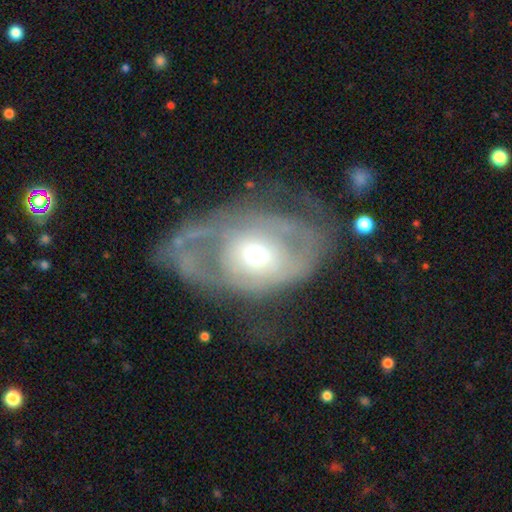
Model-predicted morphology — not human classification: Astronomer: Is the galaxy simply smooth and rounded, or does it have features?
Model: featured or disk — 72%.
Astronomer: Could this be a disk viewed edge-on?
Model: no — 95%.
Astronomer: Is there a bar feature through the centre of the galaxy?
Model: no — 75%.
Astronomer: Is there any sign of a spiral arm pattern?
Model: yes — 60% (runner-up: no, 40%).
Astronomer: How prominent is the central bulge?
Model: moderate — 57% (runner-up: small, 35%).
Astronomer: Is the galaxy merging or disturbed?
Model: major disturbance — 39% (runner-up: none, 35%).